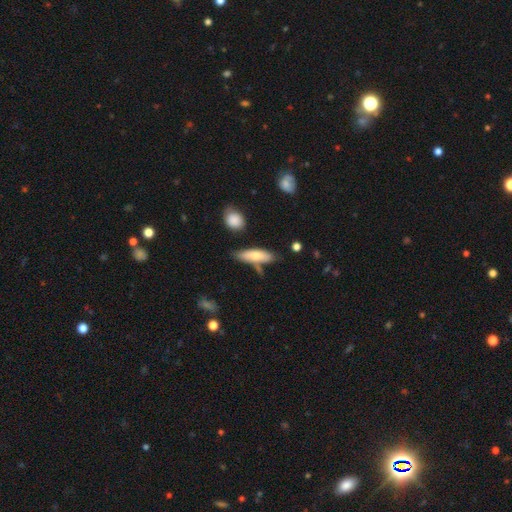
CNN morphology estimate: Smooth or featured: smooth — 71% (featured or disk — 23%)
How rounded: cigar-shaped — 50% (in between — 47%)
Merging: none — 63% (minor disturbance — 21%)